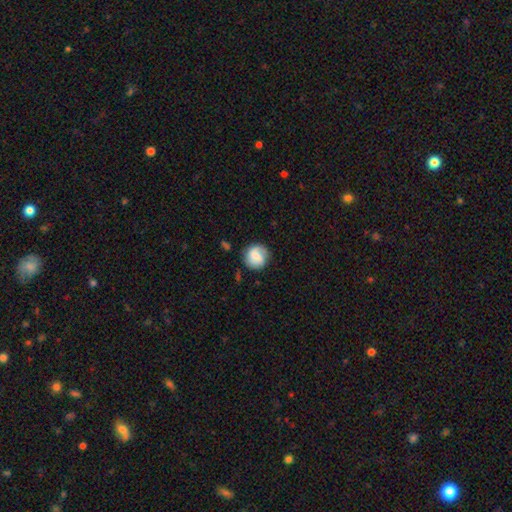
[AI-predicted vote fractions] smooth-or-featured: smooth: 63% | featured or disk: 29% | star or artifact: 8%
  how-rounded: round: 89% | in between: 10% | cigar-shaped: 1%
  merging: none: 76% | minor disturbance: 17% | major disturbance: 5% | merger: 2%